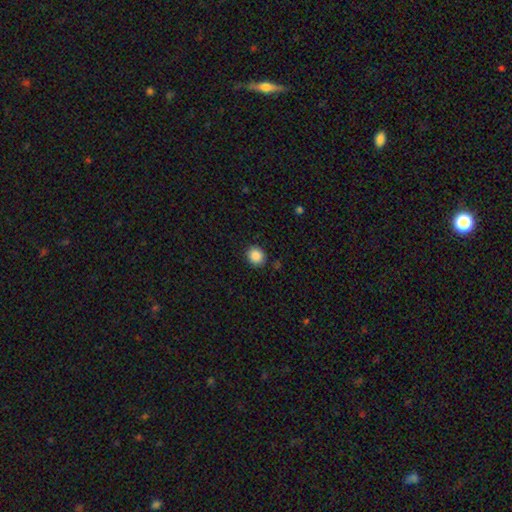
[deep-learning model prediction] The model was most divided on "how rounded": round: 81%, in between: 18%, cigar-shaped: 1%. More confident: merging — none (88%); smooth or featured — smooth (87%).